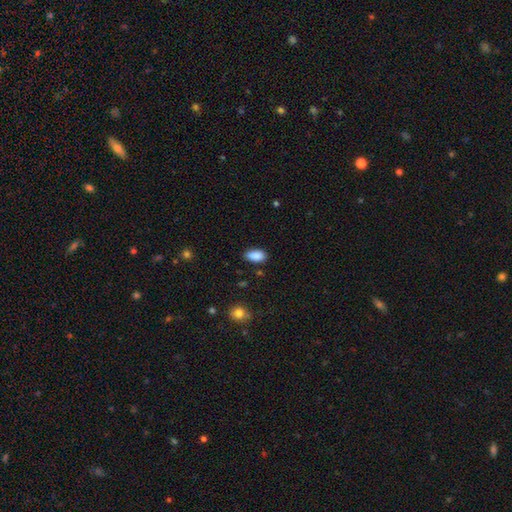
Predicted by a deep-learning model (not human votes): smooth-or-featured: smooth: 88% | star or artifact: 8% | featured or disk: 4%
  how-rounded: in between: 92% | round: 4% | cigar-shaped: 4%
  merging: none: 79% | minor disturbance: 16% | major disturbance: 3% | merger: 2%